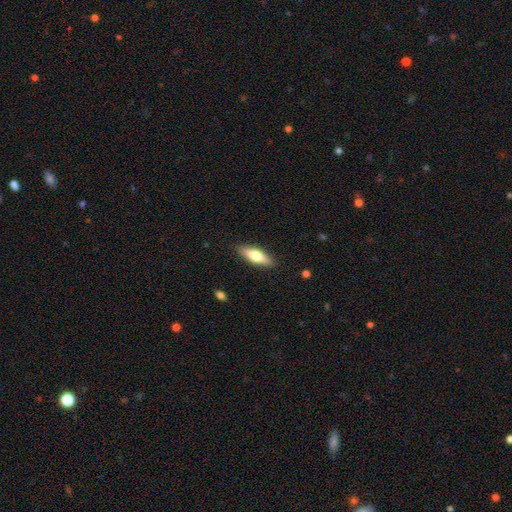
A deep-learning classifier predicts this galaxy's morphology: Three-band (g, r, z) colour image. It shows a smooth galaxy with no disk features (62%) that is in between round and cigar-shaped (49%, tied with cigar-shaped). Merging: none (88%).